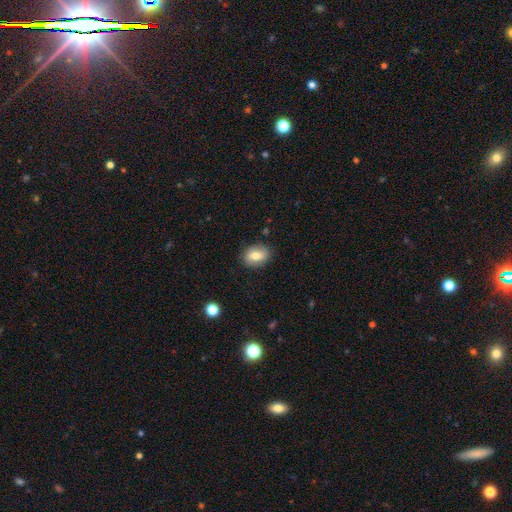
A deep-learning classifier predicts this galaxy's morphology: This appears to be a smooth galaxy with no disk features (72%) that is in between round and cigar-shaped (65%). Merging: none (85%).